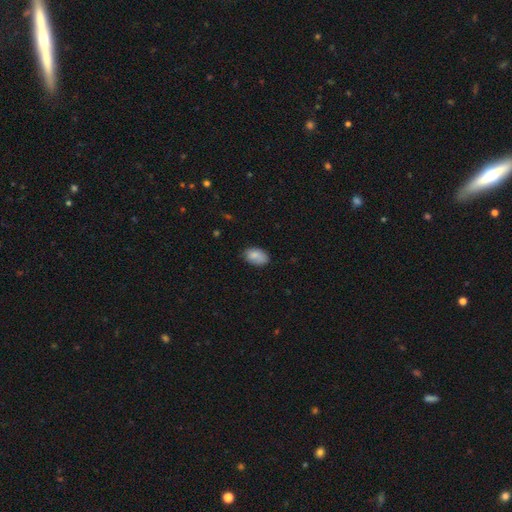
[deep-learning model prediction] smooth_or_featured: smooth (p=0.86) [alt: star or artifact p=0.07]
how_rounded: in between (p=0.90) [alt: round p=0.09]
merging: none (p=0.76) [alt: minor disturbance p=0.19]